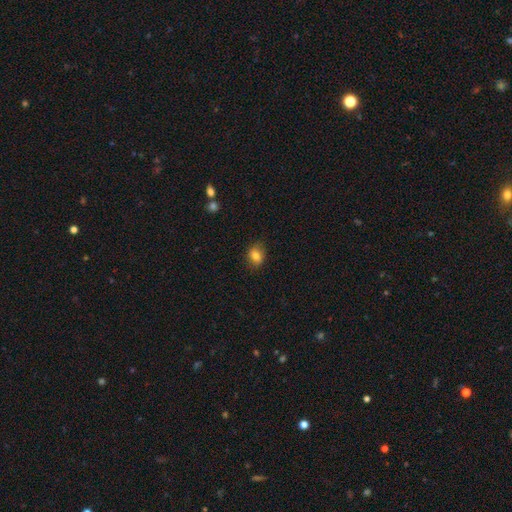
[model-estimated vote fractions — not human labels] The model was most divided on "how rounded": in between: 54%, round: 45%, cigar-shaped: 1%. More confident: merging — none (83%); smooth or featured — smooth (79%).